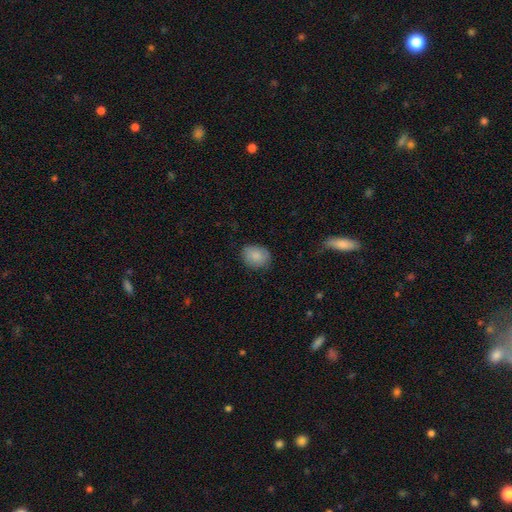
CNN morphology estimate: This is clearly a smooth galaxy (85%). How rounded: possibly round (53%). Merging: clearly none (81%).